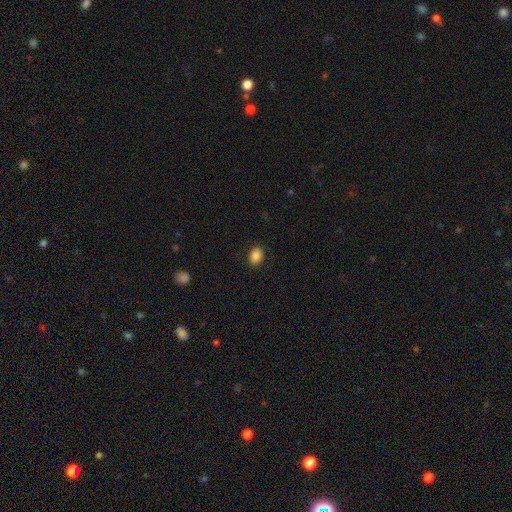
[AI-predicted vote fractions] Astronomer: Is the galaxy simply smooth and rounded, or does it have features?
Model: smooth — 87%.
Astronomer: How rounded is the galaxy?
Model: in between — 69%.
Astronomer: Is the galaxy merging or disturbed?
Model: none — 88%.